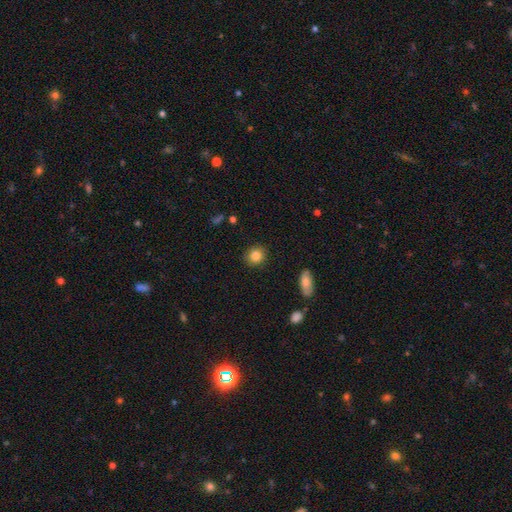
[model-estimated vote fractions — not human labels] This is clearly a smooth galaxy (85%). How rounded: clearly round (82%). Merging: clearly none (89%).